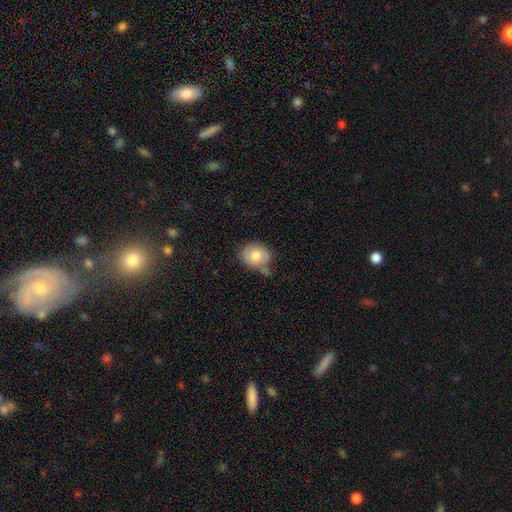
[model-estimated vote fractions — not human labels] Morphology: type=smooth (79%); roundness=round (55%); merging=none (45%).